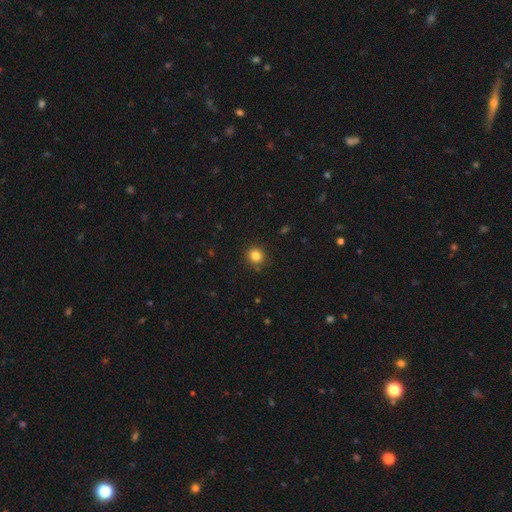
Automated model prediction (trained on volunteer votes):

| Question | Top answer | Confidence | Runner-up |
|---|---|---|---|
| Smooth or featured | smooth | 83% | star or artifact (12%) |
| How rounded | round | 86% | in between (13%) |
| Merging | none | 89% | minor disturbance (7%) |